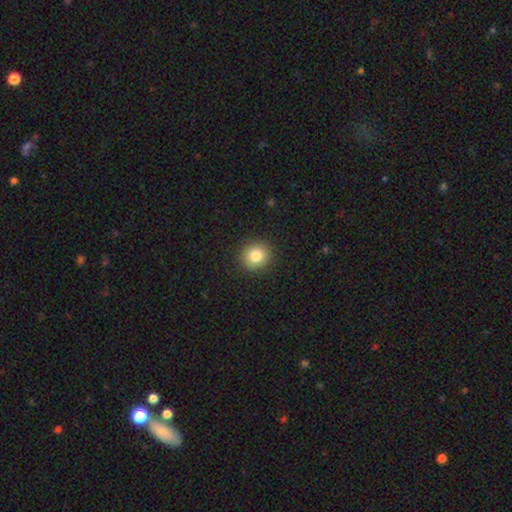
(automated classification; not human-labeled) smooth_or_featured: smooth (p=0.83) [alt: star or artifact p=0.10]
how_rounded: round (p=0.85) [alt: in between p=0.14]
merging: none (p=0.90) [alt: minor disturbance p=0.07]